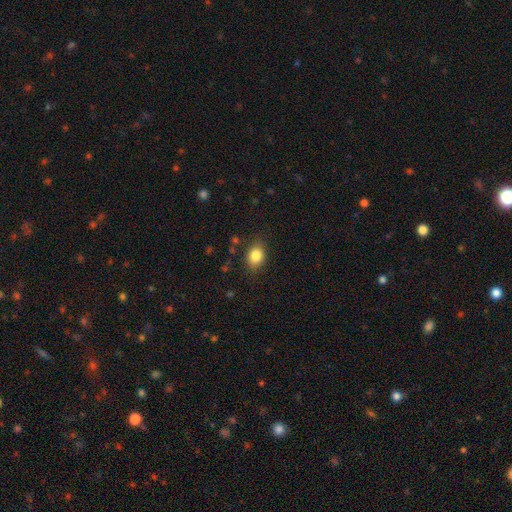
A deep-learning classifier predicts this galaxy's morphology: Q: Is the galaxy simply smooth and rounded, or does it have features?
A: smooth — 84%.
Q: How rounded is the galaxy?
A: in between — 71%.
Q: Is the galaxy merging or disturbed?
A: none — 82%.